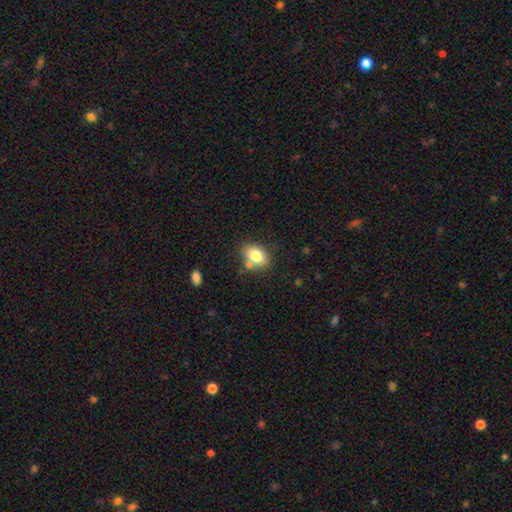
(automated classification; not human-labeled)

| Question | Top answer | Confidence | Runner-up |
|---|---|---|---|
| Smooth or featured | smooth | 80% | featured or disk (11%) |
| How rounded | in between | 74% | round (25%) |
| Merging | none | 66% | minor disturbance (15%) |